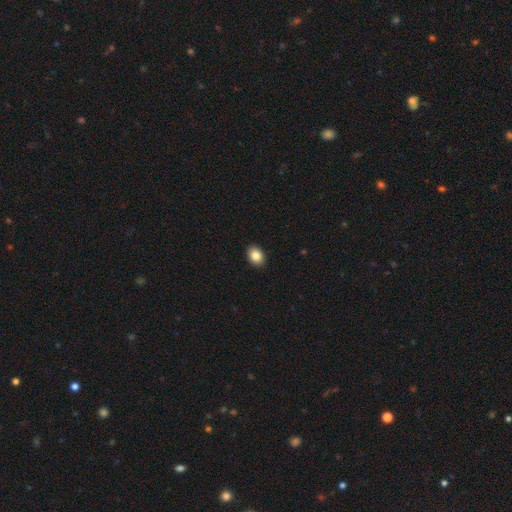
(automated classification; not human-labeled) This appears to be a smooth galaxy with no disk features (86%) that is in between round and cigar-shaped (67%). Merging: none (90%).